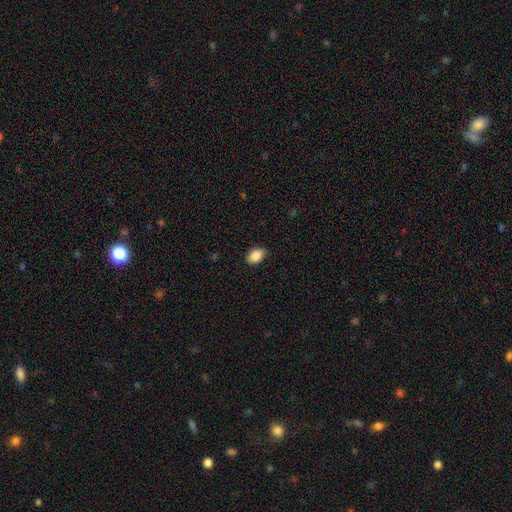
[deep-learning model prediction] smooth-or-featured: smooth: 88% | star or artifact: 8% | featured or disk: 4%
  how-rounded: in between: 87% | round: 12% | cigar-shaped: 1%
  merging: none: 87% | minor disturbance: 10% | major disturbance: 2% | merger: 1%